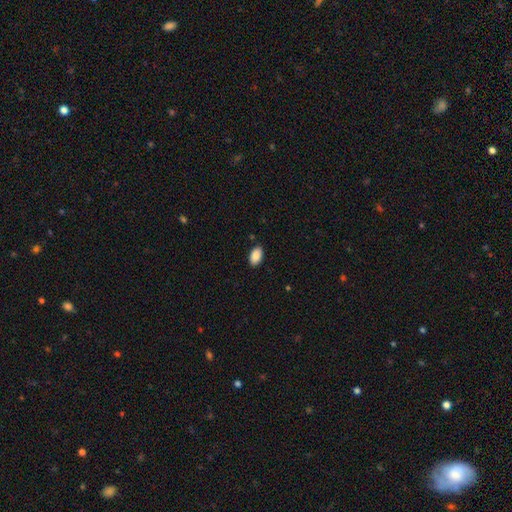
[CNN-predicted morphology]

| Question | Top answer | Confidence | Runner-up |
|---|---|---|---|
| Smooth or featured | smooth | 89% | star or artifact (7%) |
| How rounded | in between | 94% | round (4%) |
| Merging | none | 88% | minor disturbance (9%) |